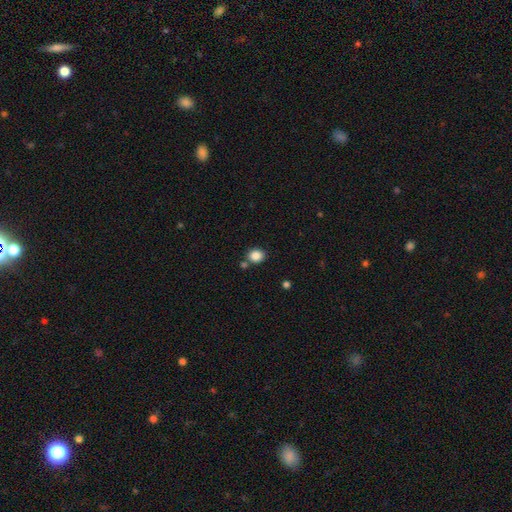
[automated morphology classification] A smooth galaxy with no disk features (85%) that is round (68%).

Vote fractions:
- Smooth or featured? smooth: 85% / star or artifact: 10% / featured or disk: 4%
- How rounded? round: 68% / in between: 31% / cigar-shaped: 1%
- Merging? none: 76% / merger: 11% / minor disturbance: 10% / major disturbance: 3%